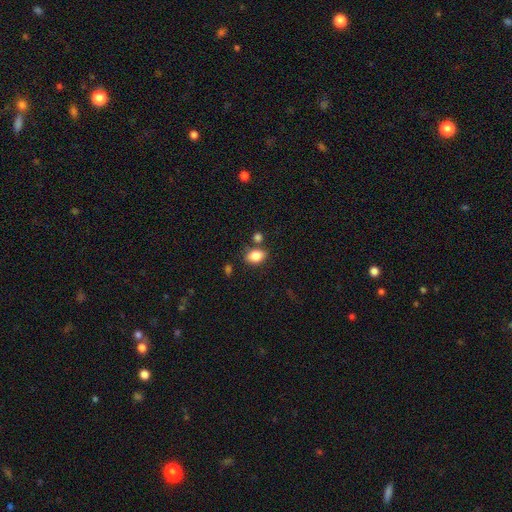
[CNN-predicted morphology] This is clearly a smooth galaxy (84%). How rounded: likely in between (76%). Merging: likely none (71%).